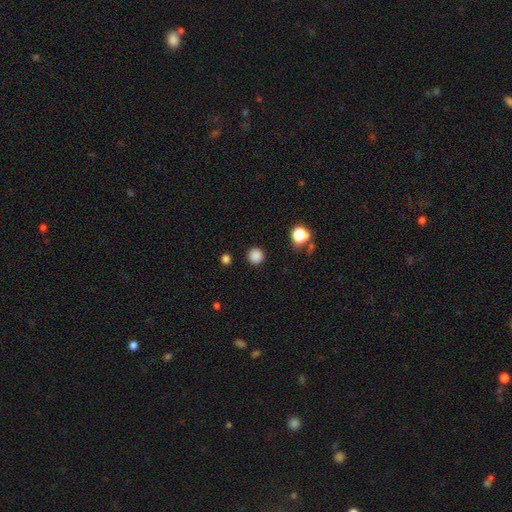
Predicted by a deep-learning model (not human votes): Morphology: type=smooth (85%); roundness=round (95%); merging=none (91%).